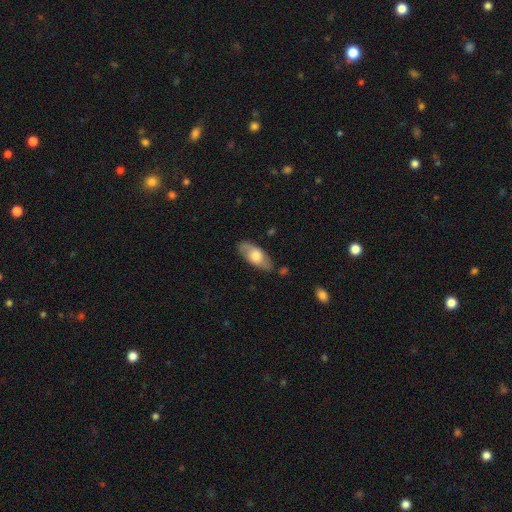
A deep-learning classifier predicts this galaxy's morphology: A smooth galaxy with no disk features (59%) that is in between round and cigar-shaped (84%).

Vote fractions:
- Smooth or featured? smooth: 59% / featured or disk: 35% / star or artifact: 6%
- How rounded? in between: 84% / cigar-shaped: 12% / round: 3%
- Merging? none: 77% / minor disturbance: 16% / major disturbance: 4% / merger: 3%